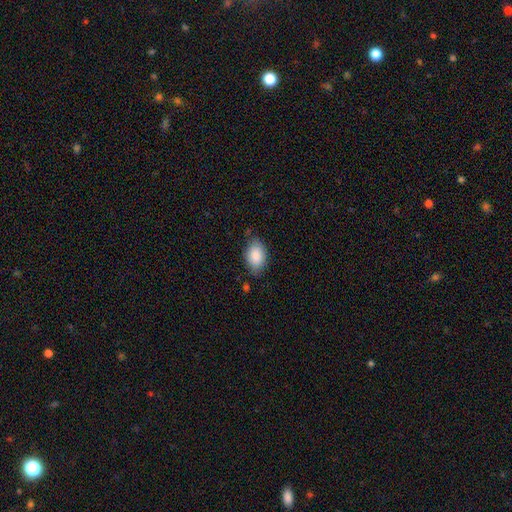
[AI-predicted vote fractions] Smooth or featured: smooth — 88% (star or artifact — 6%)
How rounded: in between — 89% (round — 10%)
Merging: none — 75% (minor disturbance — 19%)